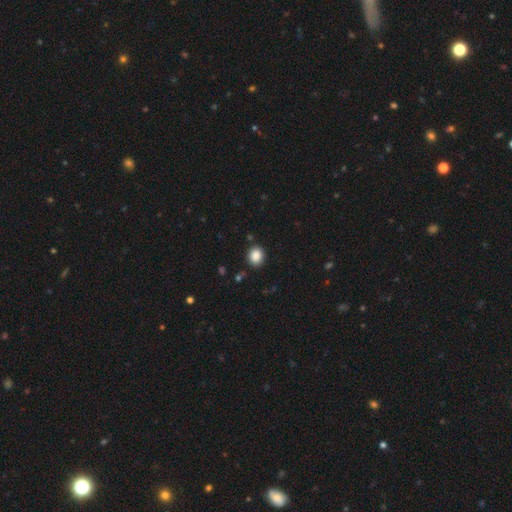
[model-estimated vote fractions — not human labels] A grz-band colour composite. It shows a smooth galaxy with no disk features (88%) that is round (64%). Merging: none (88%).